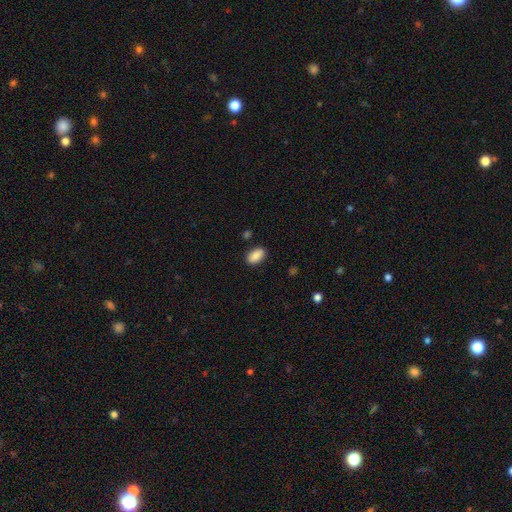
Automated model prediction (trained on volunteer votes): smooth 88%, star or artifact 7%, featured or disk 5%. Down the decision tree: how rounded — in between (92%); merging — none (87%).